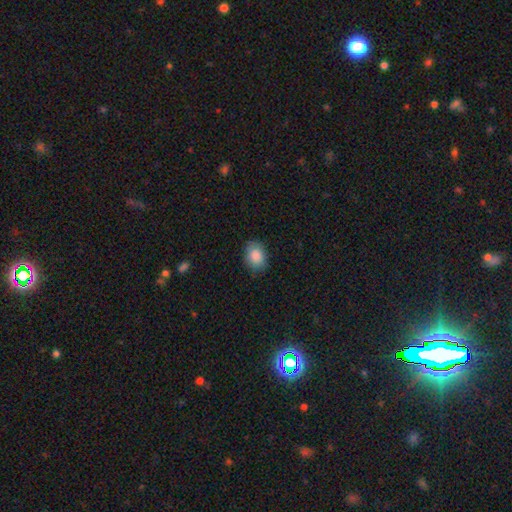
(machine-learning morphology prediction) Smooth or featured? smooth (88%)
How rounded? in between (69%)
Merging? none (82%)